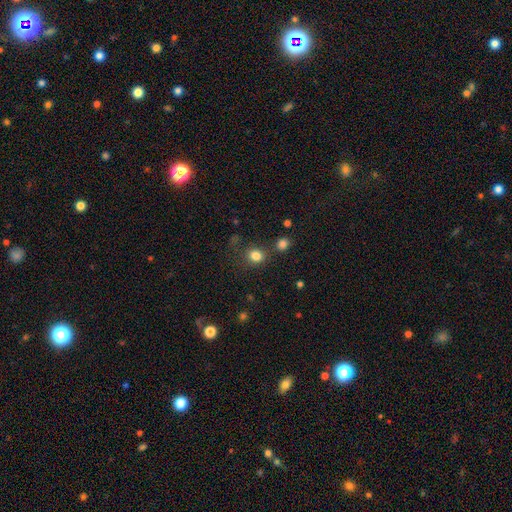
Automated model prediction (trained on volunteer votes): Overall: smooth (81%). How rounded: round (69%; in between 30%). Merging: none (74%).